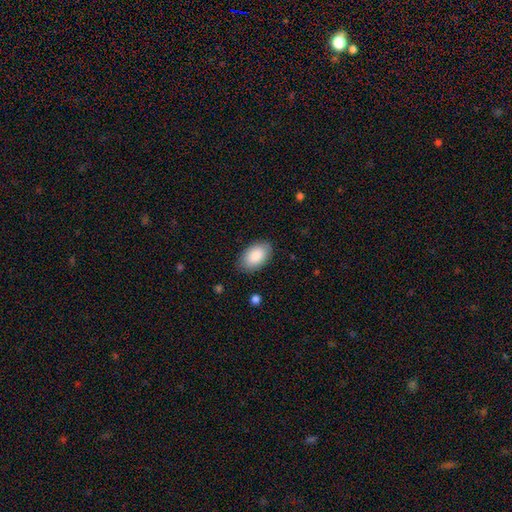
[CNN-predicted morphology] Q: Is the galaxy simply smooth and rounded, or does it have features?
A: smooth — 88%.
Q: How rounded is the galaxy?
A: in between — 94%.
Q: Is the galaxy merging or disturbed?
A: none — 86%.